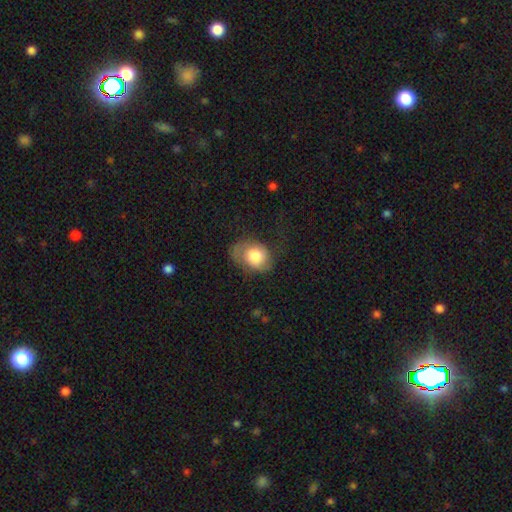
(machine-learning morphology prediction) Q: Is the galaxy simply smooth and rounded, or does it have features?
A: smooth — 69%.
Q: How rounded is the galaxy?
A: in between — 56%.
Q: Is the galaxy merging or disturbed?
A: none — 47%.